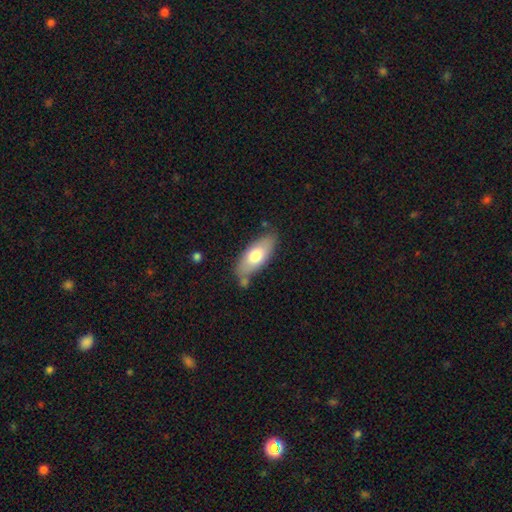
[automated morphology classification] type=smooth (70%); roundness=in between (81%); merging=none (70%).